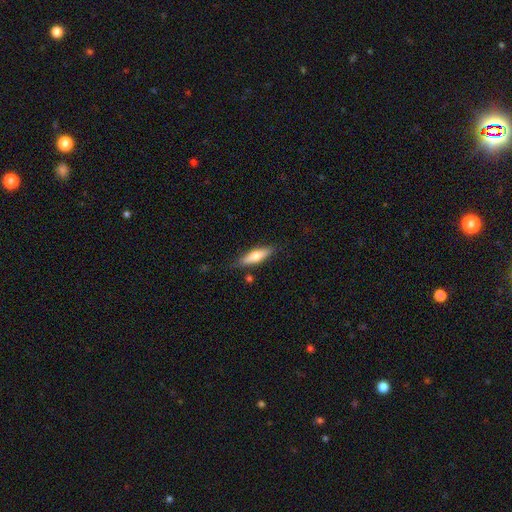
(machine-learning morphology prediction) Smooth or featured? Predicted: smooth (p=0.60). How rounded? Predicted: cigar-shaped (p=0.59). Merging? Predicted: none (p=0.80).